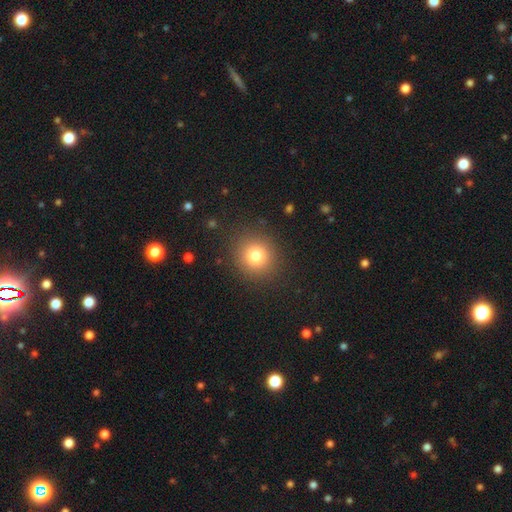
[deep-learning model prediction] smooth 79%, star or artifact 13%, featured or disk 8%. Down the decision tree: how rounded — round (91%); merging — none (89%).